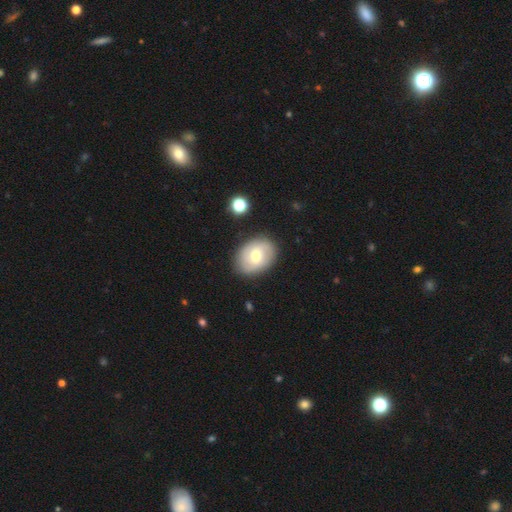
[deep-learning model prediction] A smooth galaxy with no disk features (53%) that is in between round and cigar-shaped (68%).

Vote fractions:
- Smooth or featured? smooth: 53% / featured or disk: 40% / star or artifact: 7%
- How rounded? in between: 68% / round: 31% / cigar-shaped: 1%
- Merging? none: 84% / minor disturbance: 11% / major disturbance: 3% / merger: 2%